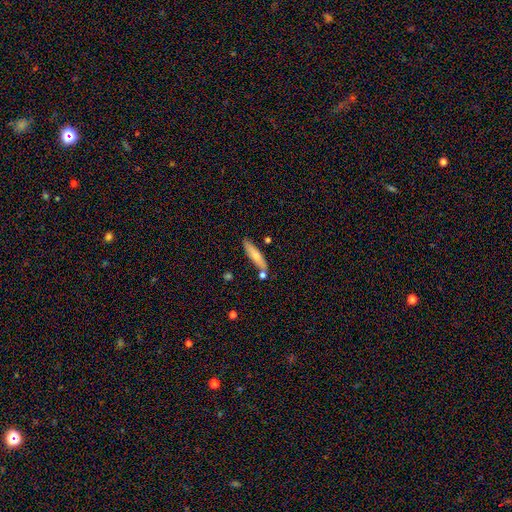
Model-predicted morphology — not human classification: Smooth or featured? smooth (71%)
How rounded? cigar-shaped (82%)
Merging? none (75%)